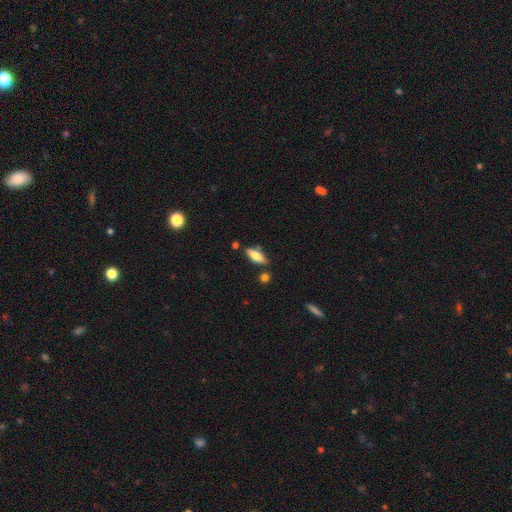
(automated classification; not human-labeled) A smooth galaxy with no disk features (64%) that is in between round and cigar-shaped (57%). Merging: none (77%).